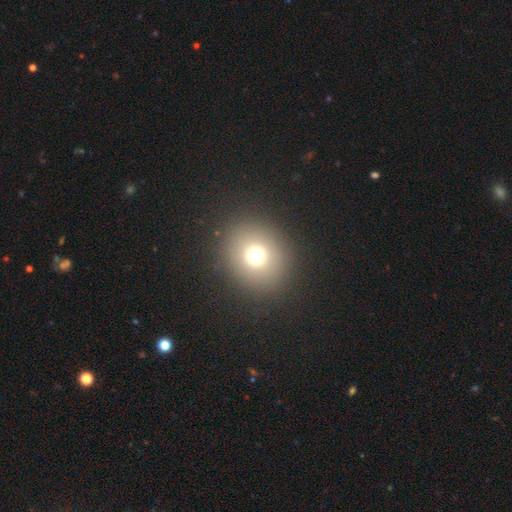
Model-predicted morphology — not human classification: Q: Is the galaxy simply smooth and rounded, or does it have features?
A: smooth — 71%.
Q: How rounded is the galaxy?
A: round — 82%.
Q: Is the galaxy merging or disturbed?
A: none — 89%.